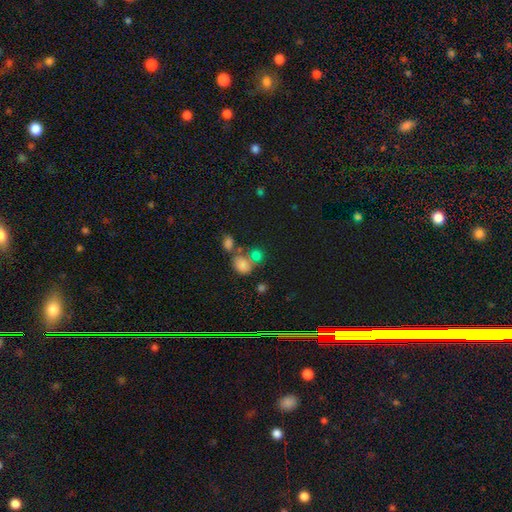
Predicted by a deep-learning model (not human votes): This is marginally a star or artifact rather than a galaxy (44%).